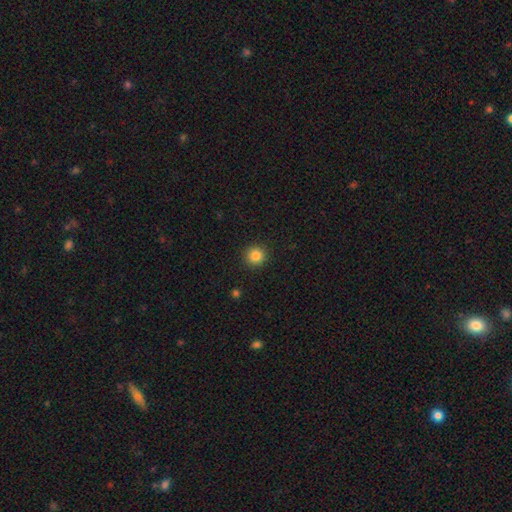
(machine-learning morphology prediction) Q: Smooth or featured?
A: smooth (85%); runner-up: star or artifact (11%)
Q: How rounded?
A: round (94%); runner-up: in between (5%)
Q: Merging?
A: none (92%); runner-up: minor disturbance (5%)